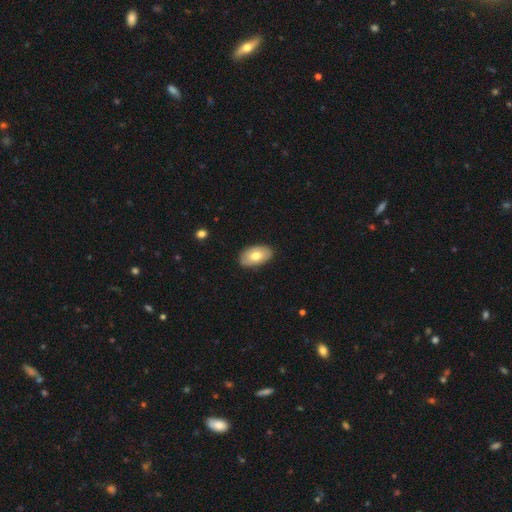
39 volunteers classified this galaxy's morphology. Volunteers were most divided on "smooth or featured": smooth: 59%, featured or disk: 31%, star or artifact: 10%. More confident: how rounded — in between (100%); merging — none (91%).